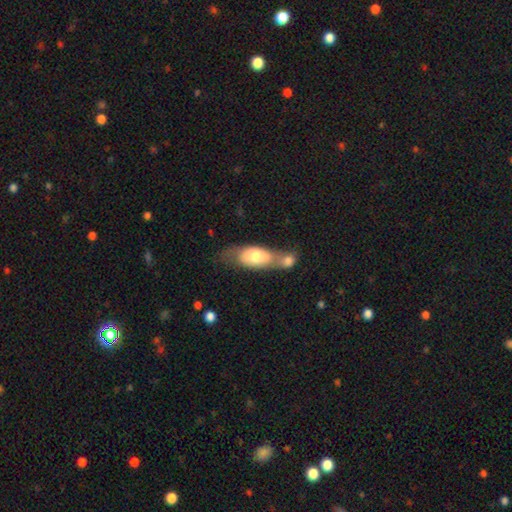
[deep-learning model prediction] A smooth galaxy with no disk features (65%) that is in between round and cigar-shaped (81%).

Vote fractions:
- Smooth or featured? smooth: 65% / featured or disk: 29% / star or artifact: 6%
- How rounded? in between: 81% / cigar-shaped: 13% / round: 6%
- Merging? merger: 62% / none: 20% / minor disturbance: 11% / major disturbance: 7%